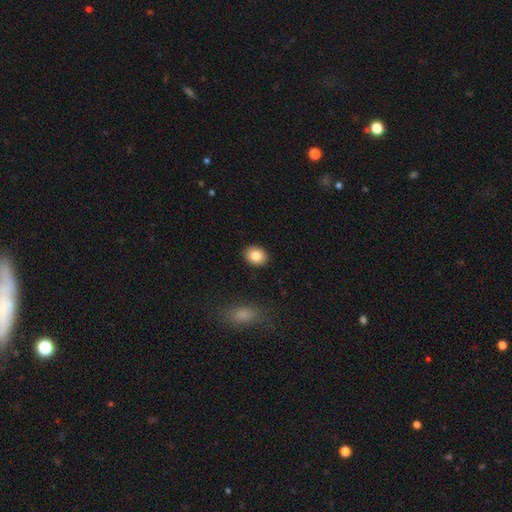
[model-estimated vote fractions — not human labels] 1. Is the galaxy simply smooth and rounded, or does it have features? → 84% smooth, 8% star or artifact, 8% featured or disk.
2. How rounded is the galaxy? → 56% in between, 43% round, 1% cigar-shaped.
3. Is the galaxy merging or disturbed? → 90% none, 7% minor disturbance, 2% major disturbance, 1% merger.